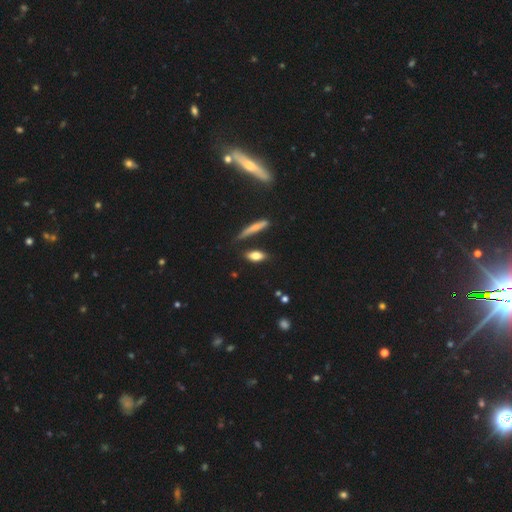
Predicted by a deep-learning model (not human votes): The model was most divided on "how rounded": in between: 65%, cigar-shaped: 30%, round: 5%. More confident: smooth or featured — smooth (77%); merging — none (72%).